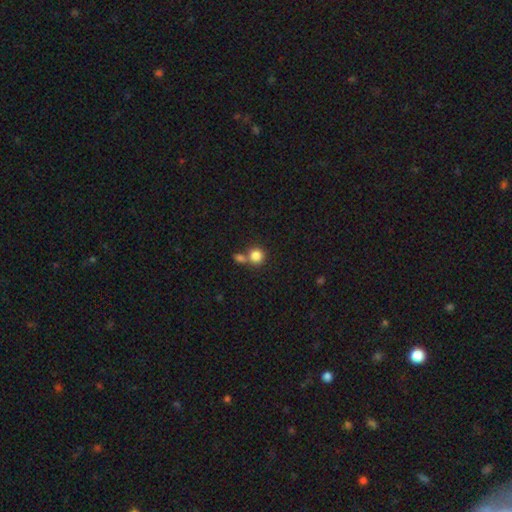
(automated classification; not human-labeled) Morphology: type=smooth (84%); roundness=round (89%); merging=none (52%).